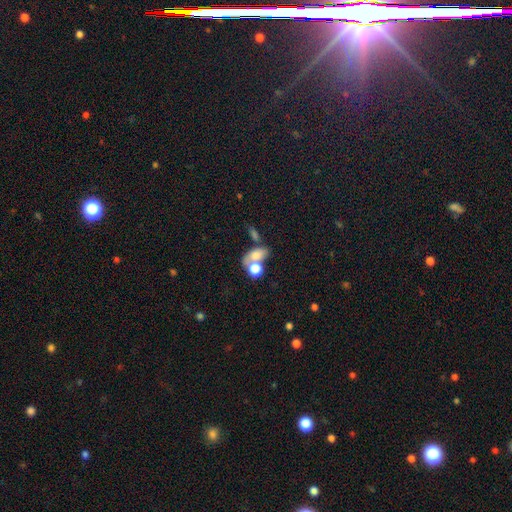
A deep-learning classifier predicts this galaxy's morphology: Overall: smooth (69%). How rounded: in between (72%). Merging: merger (53%; none 26%).